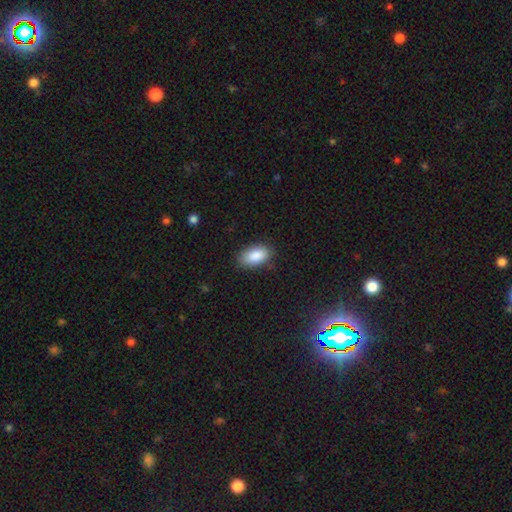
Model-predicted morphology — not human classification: A smooth galaxy with no disk features (88%) that is in between round and cigar-shaped (93%). Merging: none (83%).